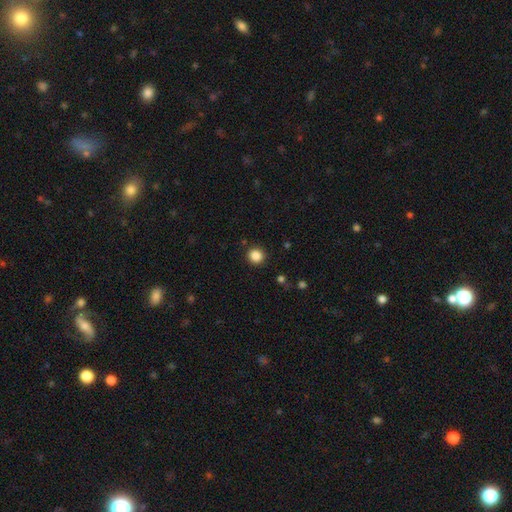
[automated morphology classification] type=smooth (86%); roundness=round (93%); merging=none (91%).